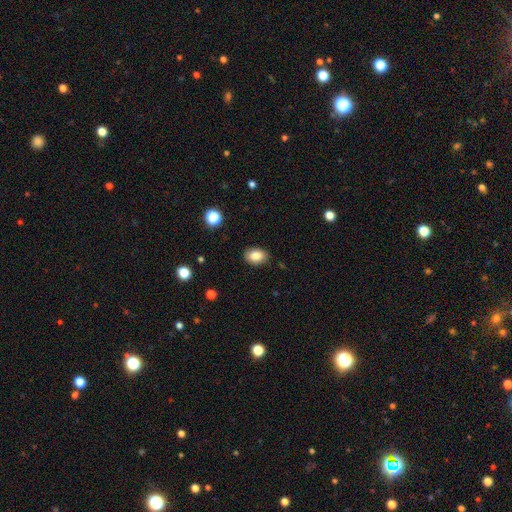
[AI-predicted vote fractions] Smooth or featured?
  - smooth: 85% *
  - star or artifact: 9%
  - featured or disk: 7%
How rounded?
  - in between: 80% *
  - round: 19%
  - cigar-shaped: 1%
Merging?
  - none: 86% *
  - minor disturbance: 10%
  - major disturbance: 2%
  - merger: 1%